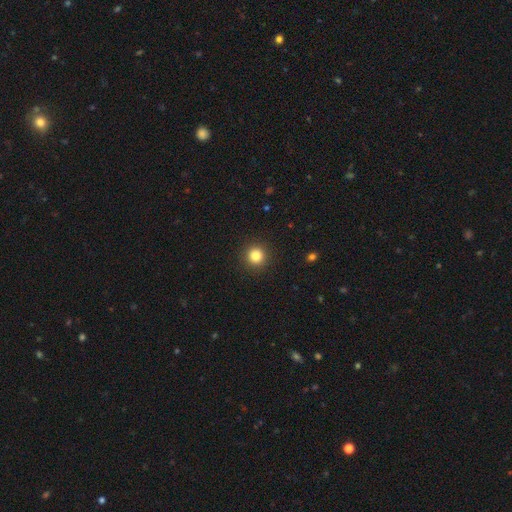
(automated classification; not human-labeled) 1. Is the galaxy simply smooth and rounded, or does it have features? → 83% smooth, 12% star or artifact, 5% featured or disk.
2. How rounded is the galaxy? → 94% round, 5% in between, 1% cigar-shaped.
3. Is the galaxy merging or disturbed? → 93% none, 5% minor disturbance, 2% major disturbance, 1% merger.